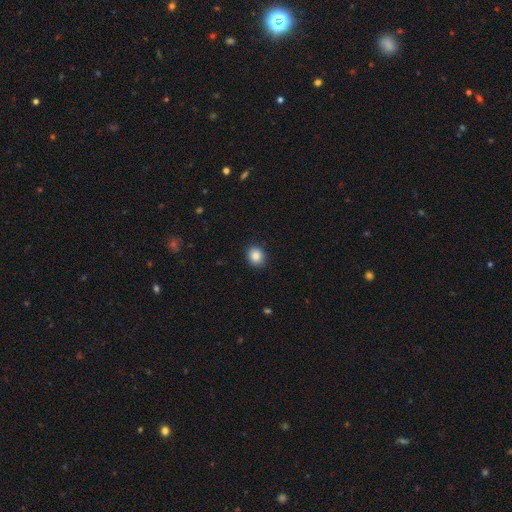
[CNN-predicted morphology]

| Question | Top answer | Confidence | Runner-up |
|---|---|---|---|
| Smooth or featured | smooth | 86% | star or artifact (9%) |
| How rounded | round | 76% | in between (23%) |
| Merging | none | 90% | minor disturbance (7%) |